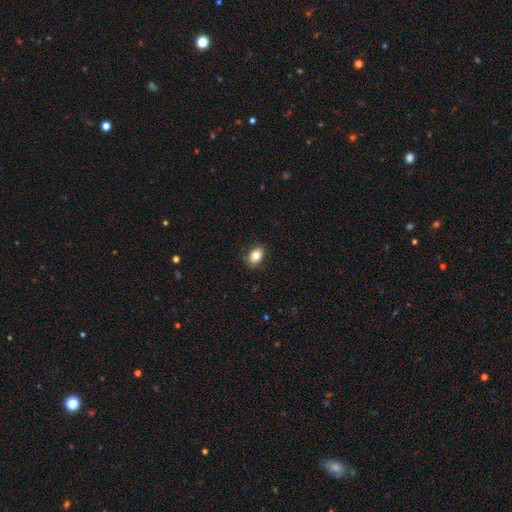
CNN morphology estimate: Smooth or featured?
  - smooth: 81% *
  - featured or disk: 10%
  - star or artifact: 9%
How rounded?
  - in between: 74% *
  - round: 24%
  - cigar-shaped: 1%
Merging?
  - none: 85% *
  - minor disturbance: 12%
  - major disturbance: 2%
  - merger: 1%